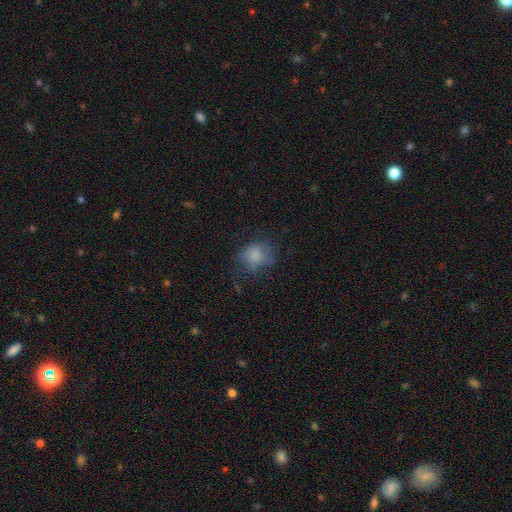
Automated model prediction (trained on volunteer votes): Overall: smooth (74%). How rounded: round (66%; in between 33%). Merging: none (54%; minor disturbance 25%).